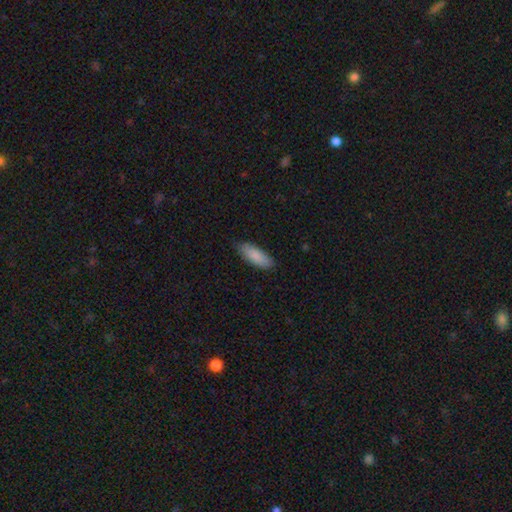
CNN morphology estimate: smooth_or_featured: smooth (p=0.88) [alt: featured or disk p=0.07]
how_rounded: in between (p=0.71) [alt: cigar-shaped p=0.27]
merging: none (p=0.81) [alt: minor disturbance p=0.15]